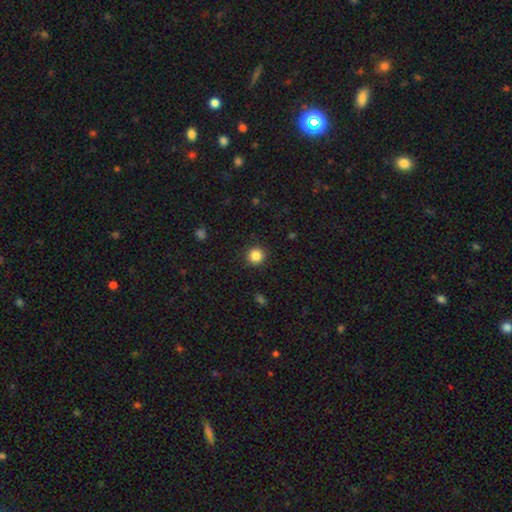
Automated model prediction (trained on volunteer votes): A smooth galaxy with no disk features (85%) that is round (94%). Merging: none (91%).